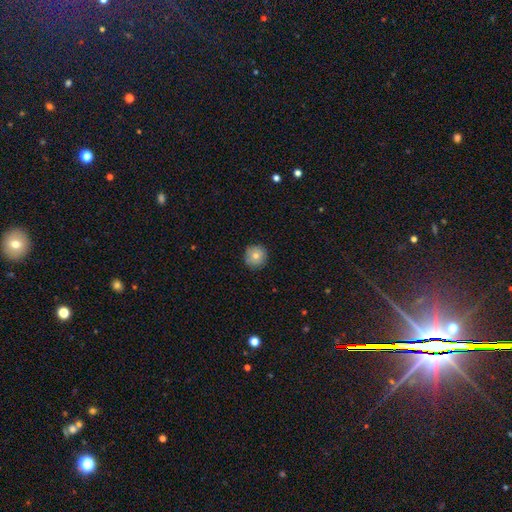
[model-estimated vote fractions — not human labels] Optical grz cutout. It shows a smooth galaxy with no disk features (77%) that is round (94%). Merging: none (88%).